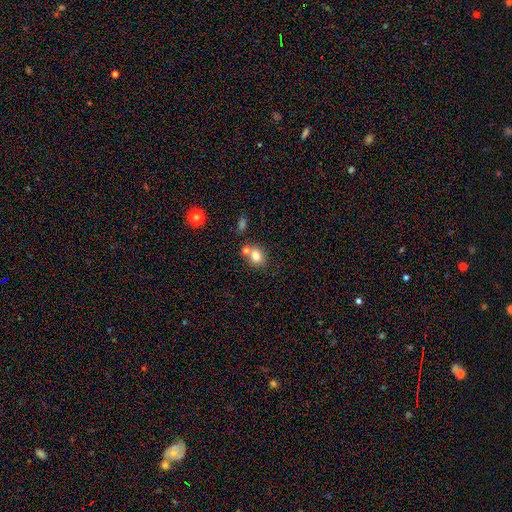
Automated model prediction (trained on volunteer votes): Smooth or featured?
  - smooth: 77% *
  - star or artifact: 11%
  - featured or disk: 11%
How rounded?
  - round: 63% *
  - in between: 36%
  - cigar-shaped: 1%
Merging?
  - none: 58% *
  - merger: 28%
  - minor disturbance: 11%
  - major disturbance: 3%